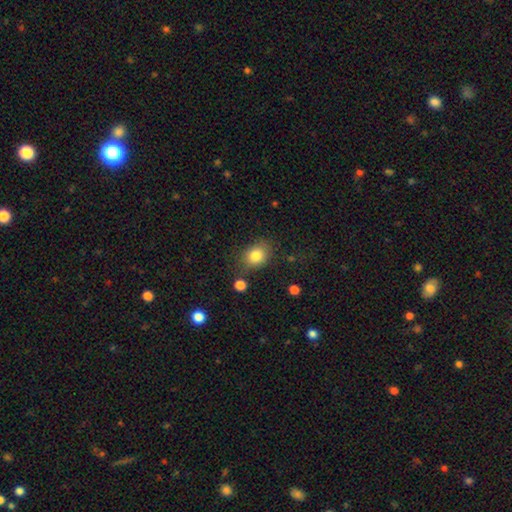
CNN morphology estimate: A smooth galaxy with no disk features (83%) that is in between round and cigar-shaped (55%). Merging: none (76%).